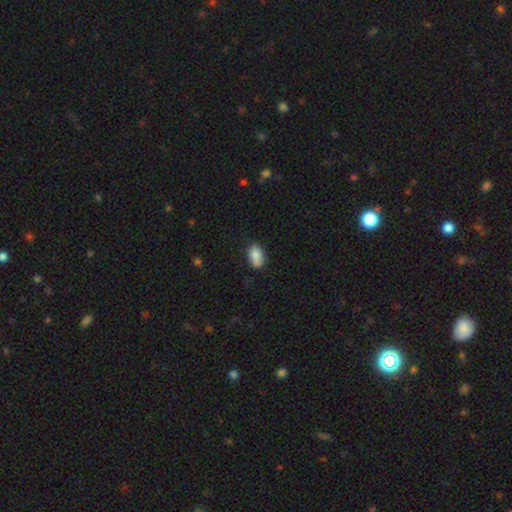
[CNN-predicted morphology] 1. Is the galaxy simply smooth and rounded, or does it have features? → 81% smooth, 11% featured or disk, 8% star or artifact.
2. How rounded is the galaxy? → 90% in between, 8% round, 2% cigar-shaped.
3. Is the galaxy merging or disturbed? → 62% none, 27% minor disturbance, 6% merger, 5% major disturbance.